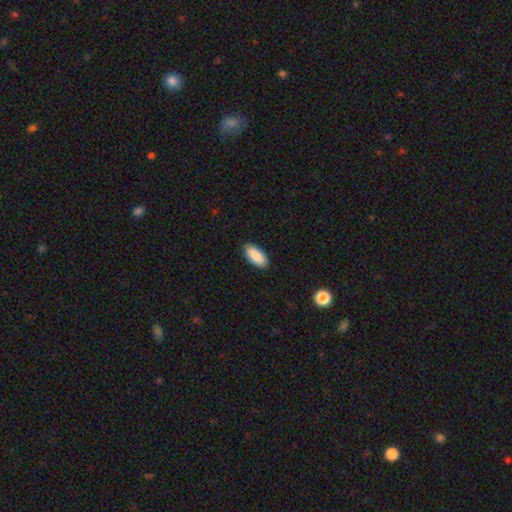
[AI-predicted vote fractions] Smooth or featured?
  - smooth: 91% *
  - star or artifact: 6%
  - featured or disk: 3%
How rounded?
  - in between: 88% *
  - cigar-shaped: 11%
  - round: 2%
Merging?
  - none: 90% *
  - minor disturbance: 8%
  - major disturbance: 2%
  - merger: 1%